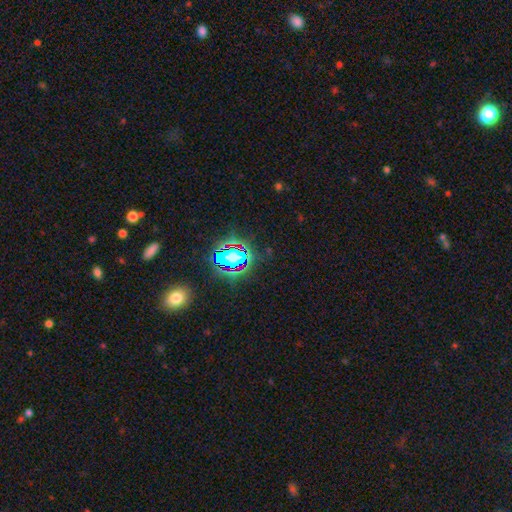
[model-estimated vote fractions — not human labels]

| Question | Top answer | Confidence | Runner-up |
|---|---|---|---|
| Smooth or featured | star or artifact | 77% | smooth (14%) |